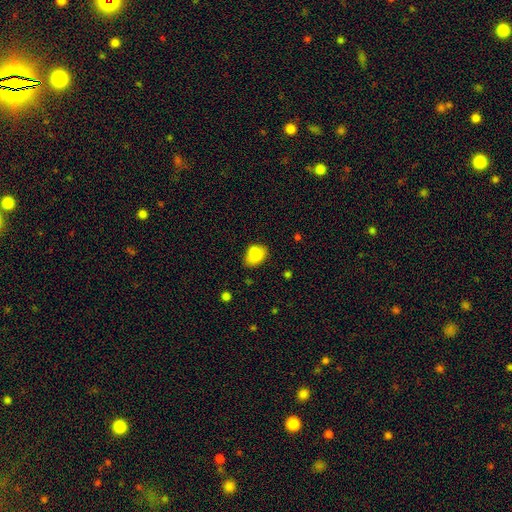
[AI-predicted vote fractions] This appears to be a smooth galaxy with no disk features (77%) that is in between round and cigar-shaped (73%). Merging: none (51%).